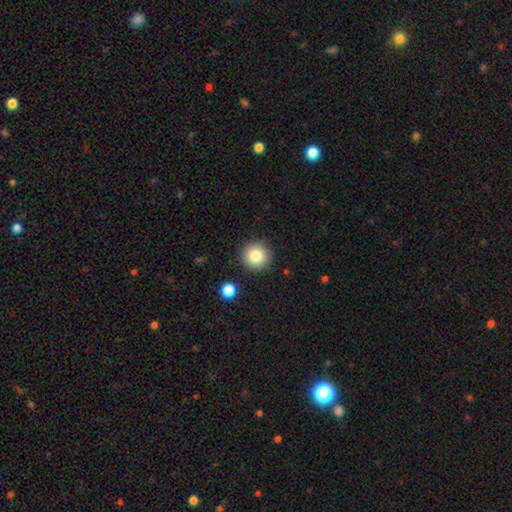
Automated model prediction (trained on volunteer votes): smooth_or_featured: smooth (p=0.83) [alt: star or artifact p=0.09]
how_rounded: round (p=0.95) [alt: in between p=0.04]
merging: none (p=0.89) [alt: minor disturbance p=0.07]